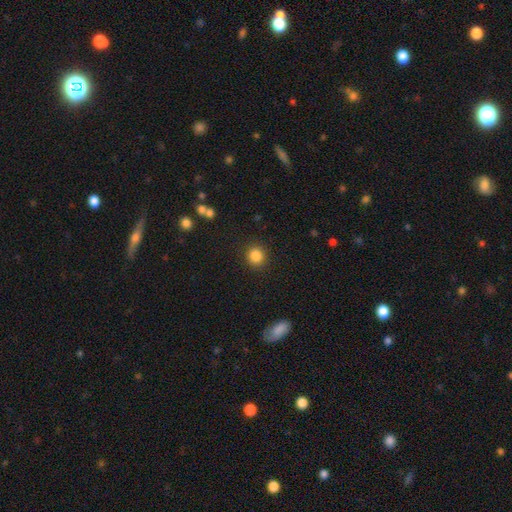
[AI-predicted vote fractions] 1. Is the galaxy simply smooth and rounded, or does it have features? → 86% smooth, 10% star or artifact, 4% featured or disk.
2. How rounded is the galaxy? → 89% round, 10% in between, 1% cigar-shaped.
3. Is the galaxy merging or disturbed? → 90% none, 6% minor disturbance, 3% major disturbance, 1% merger.